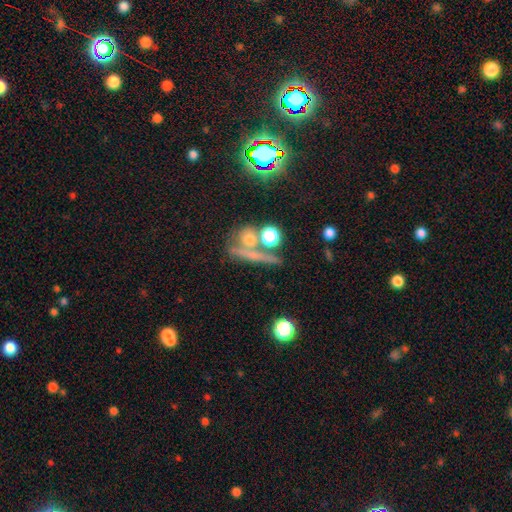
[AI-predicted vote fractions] Overall: smooth (50%; featured or disk 31%). How rounded: cigar-shaped (44%; round 41%). Merging: none (55%; merger 28%).